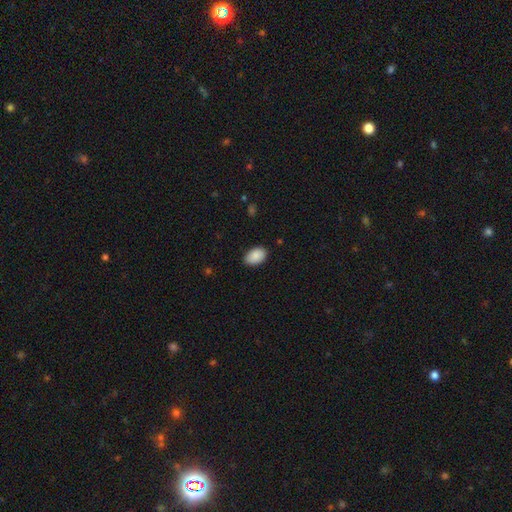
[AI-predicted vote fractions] smooth_or_featured: smooth (p=0.89) [alt: star or artifact p=0.06]
how_rounded: in between (p=0.90) [alt: round p=0.08]
merging: none (p=0.84) [alt: minor disturbance p=0.13]